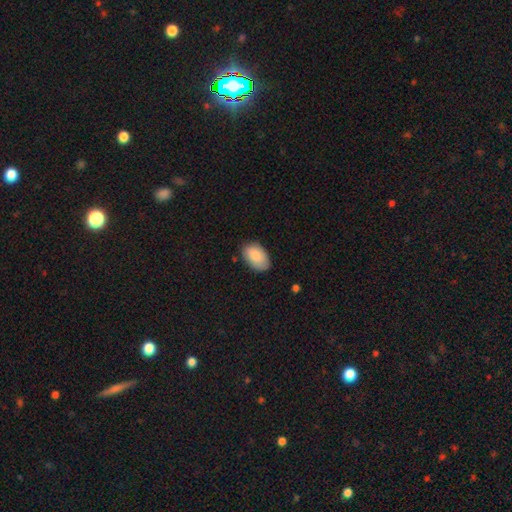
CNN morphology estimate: Smooth or featured? Predicted: smooth (p=0.86). How rounded? Predicted: in between (p=0.92). Merging? Predicted: none (p=0.78).